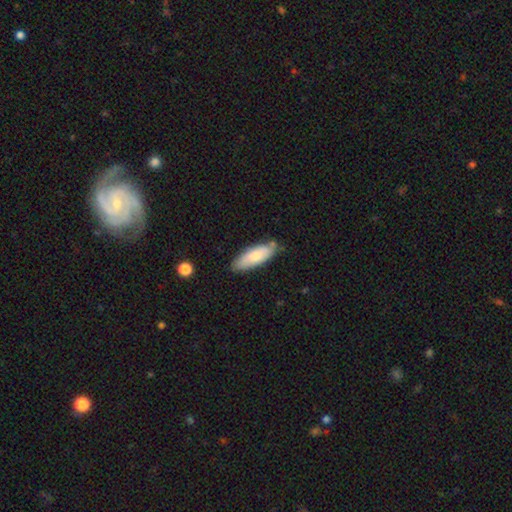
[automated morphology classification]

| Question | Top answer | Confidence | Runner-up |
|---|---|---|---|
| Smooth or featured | smooth | 74% | featured or disk (20%) |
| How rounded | in between | 62% | cigar-shaped (36%) |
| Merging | none | 75% | minor disturbance (18%) |